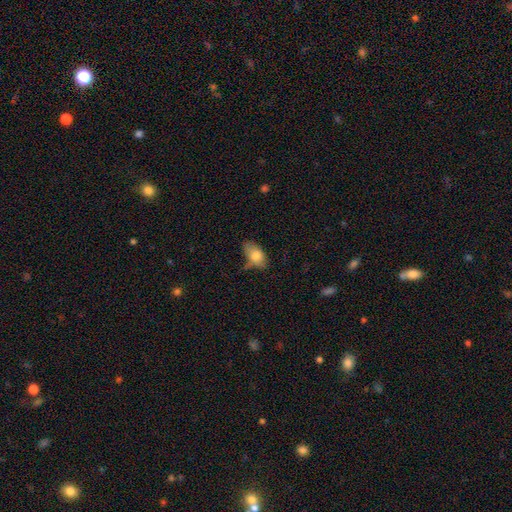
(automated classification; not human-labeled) Morphology: type=smooth (78%); roundness=in between (91%); merging=none (53%).